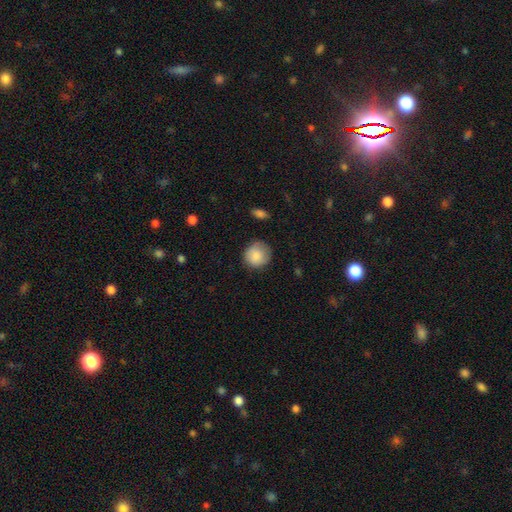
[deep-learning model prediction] smooth_or_featured: smooth (p=0.86) [alt: star or artifact p=0.07]
how_rounded: round (p=0.92) [alt: in between p=0.07]
merging: none (p=0.79) [alt: minor disturbance p=0.16]